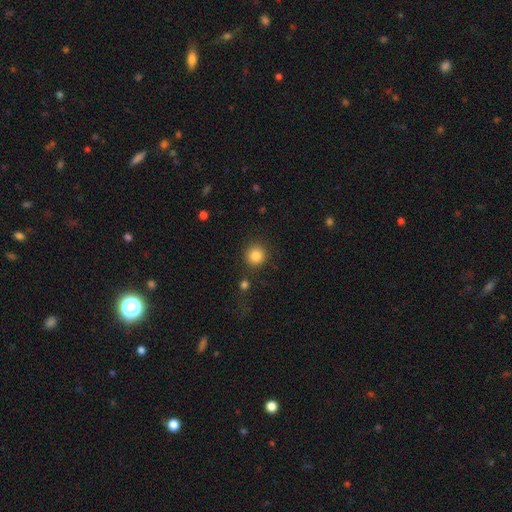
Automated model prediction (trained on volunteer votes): Morphology: type=smooth (85%); roundness=round (93%); merging=none (87%).